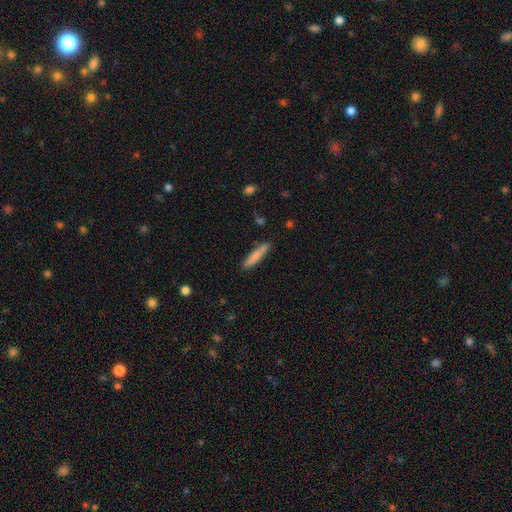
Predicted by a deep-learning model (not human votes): Smooth or featured? Predicted: smooth (p=0.80). How rounded? Predicted: cigar-shaped (p=0.90). Merging? Predicted: none (p=0.86).